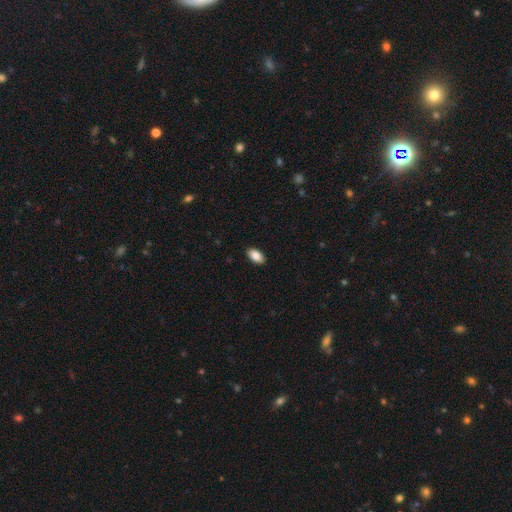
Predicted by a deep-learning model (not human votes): Morphology: type=smooth (87%); roundness=in between (94%); merging=none (90%).